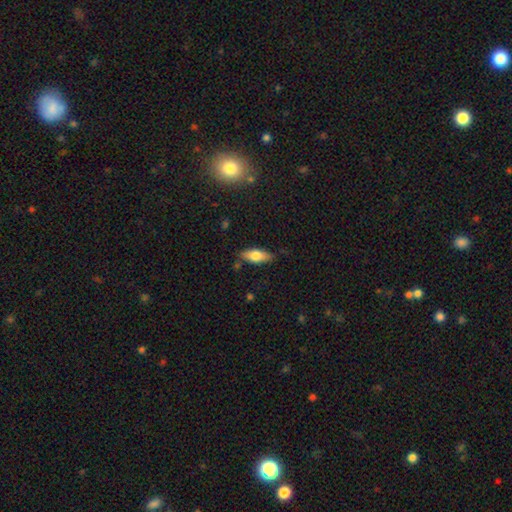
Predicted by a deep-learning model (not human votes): Q: Smooth or featured?
A: smooth (68%); runner-up: featured or disk (25%)
Q: How rounded?
A: in between (76%); runner-up: cigar-shaped (21%)
Q: Merging?
A: none (79%); runner-up: minor disturbance (16%)